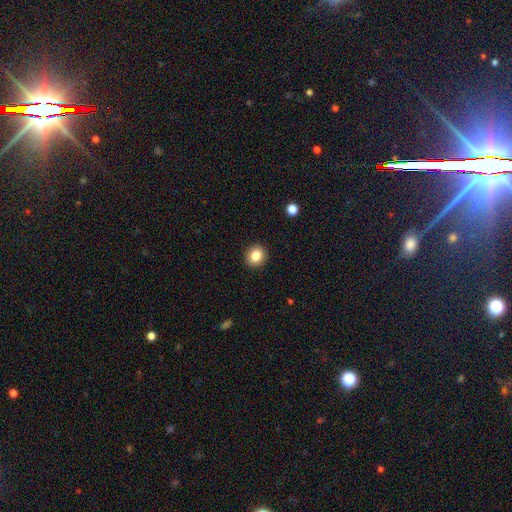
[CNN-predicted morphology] type=smooth (84%); roundness=round (76%); merging=none (92%).